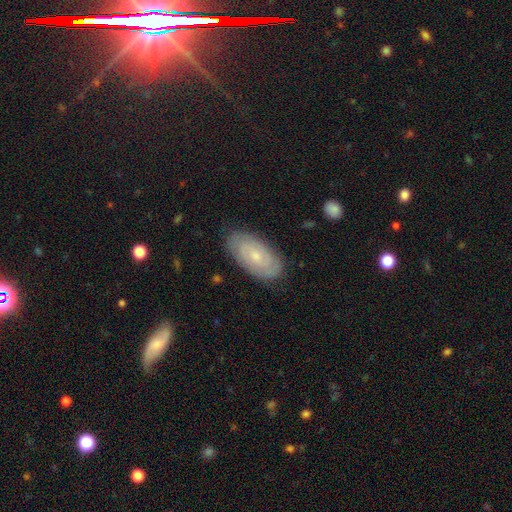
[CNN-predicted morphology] This is likely a featured or disk galaxy (63%). It is clearly not viewed edge-on (93%). Bar: likely no (71%). Spiral arm pattern: clearly yes (86%). Central bulge: likely small (65%). Merging: clearly none (82%).